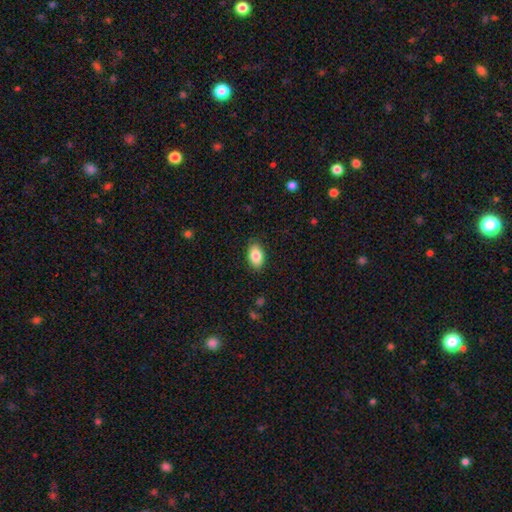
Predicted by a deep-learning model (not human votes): smooth 85%, featured or disk 8%, star or artifact 7%. Down the decision tree: how rounded — in between (91%); merging — none (87%).